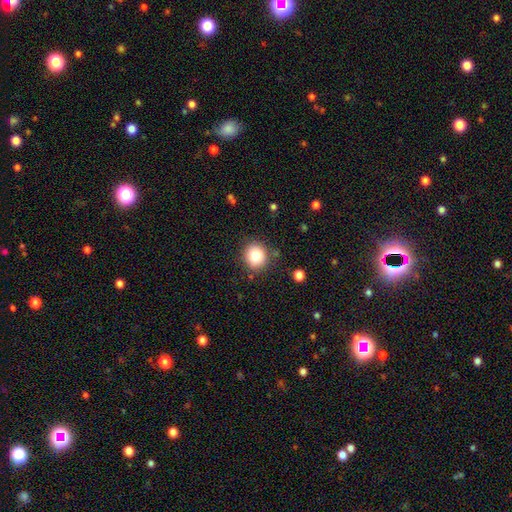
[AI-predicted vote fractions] A smooth galaxy with no disk features (85%) that is round (81%). Merging: none (84%).